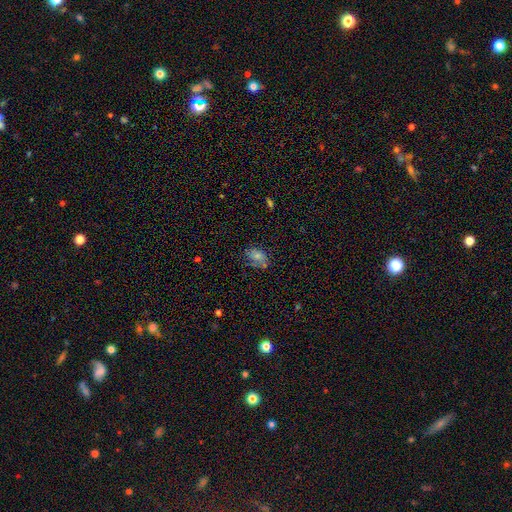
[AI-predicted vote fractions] Smooth or featured? Predicted: smooth (p=0.45). Merging? Predicted: none (p=0.64).